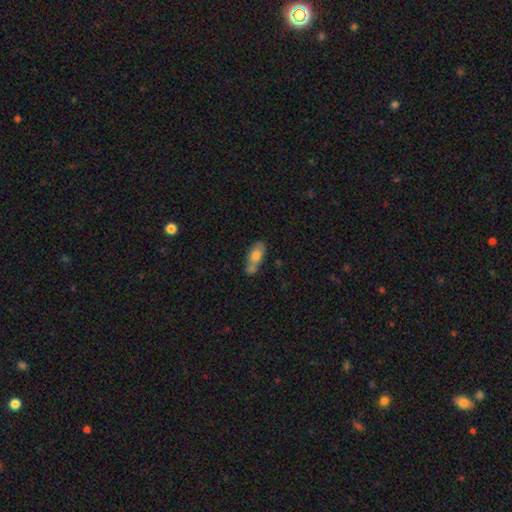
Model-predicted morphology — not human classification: smooth-or-featured: smooth: 71% | featured or disk: 22% | star or artifact: 8%
  how-rounded: in between: 78% | cigar-shaped: 18% | round: 5%
  merging: none: 43% | merger: 30% | minor disturbance: 20% | major disturbance: 6%